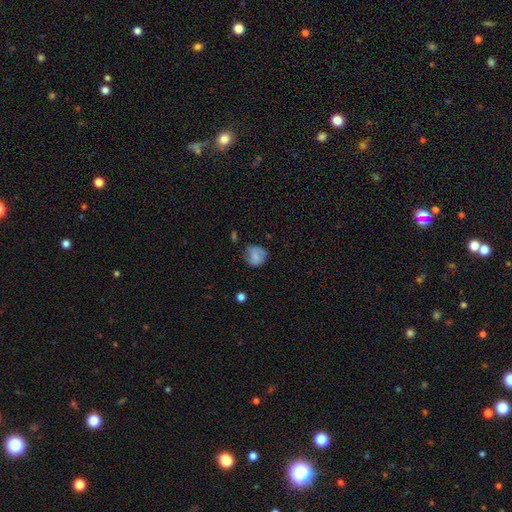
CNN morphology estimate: Q: Smooth or featured?
A: smooth (69%); runner-up: featured or disk (22%)
Q: How rounded?
A: round (71%); runner-up: in between (28%)
Q: Merging?
A: none (53%); runner-up: minor disturbance (31%)